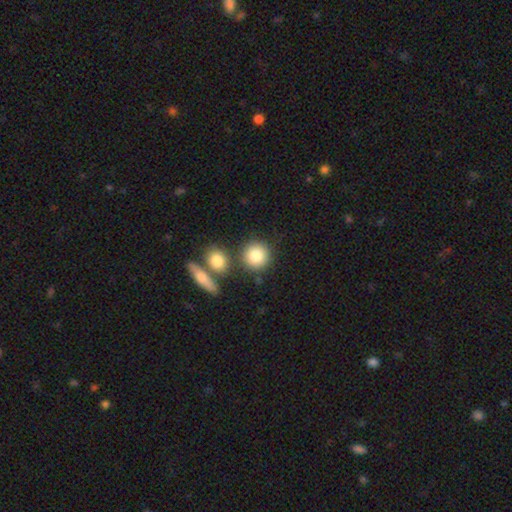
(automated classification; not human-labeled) smooth_or_featured: smooth (p=0.85) [alt: star or artifact p=0.07]
how_rounded: round (p=0.88) [alt: in between p=0.11]
merging: none (p=0.73) [alt: merger p=0.14]